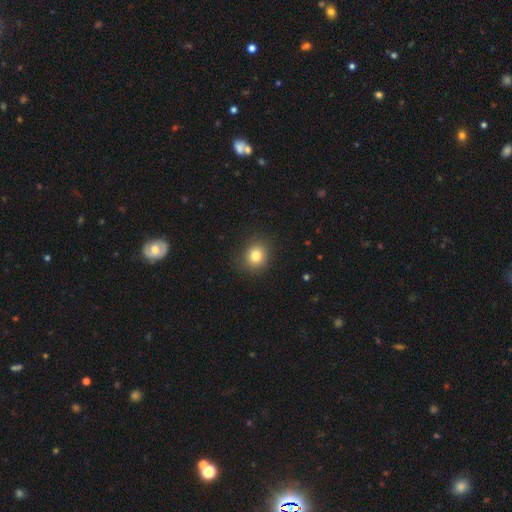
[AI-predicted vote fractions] Morphology: type=smooth (81%); roundness=round (76%); merging=none (87%).